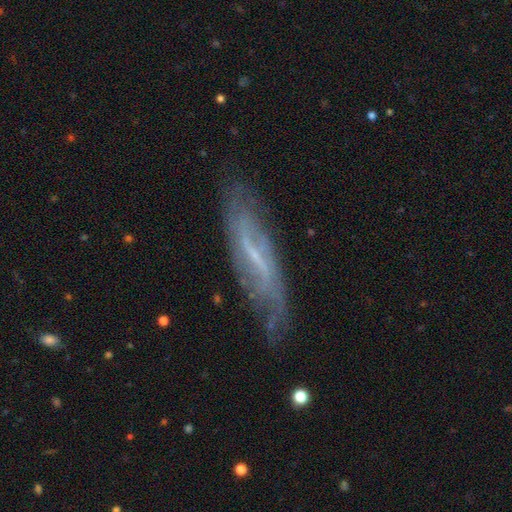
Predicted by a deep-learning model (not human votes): This is likely a featured or disk galaxy (75%). It is likely not viewed edge-on (64%). Merging: likely none (72%).